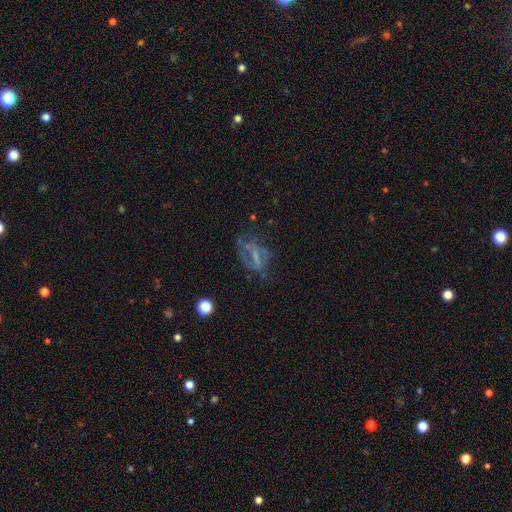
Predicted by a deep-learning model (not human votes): A featured or disk galaxy (59%) with a weak bar (37%), no spiral arms (51%) and no central bulge (40%).

Vote fractions:
- Smooth or featured? featured or disk: 59% / smooth: 24% / star or artifact: 17%
- Edge-on disk? no: 93% / yes: 7%
- Bar? weak: 37% / no: 36% / strong: 27%
- Spiral arms? no: 51% / yes: 49%
- Bulge size? none: 40% / small: 39% / moderate: 18% / large: 2% / dominant: 1%
- Merging? none: 47% / major disturbance: 28% / minor disturbance: 21% / merger: 4%